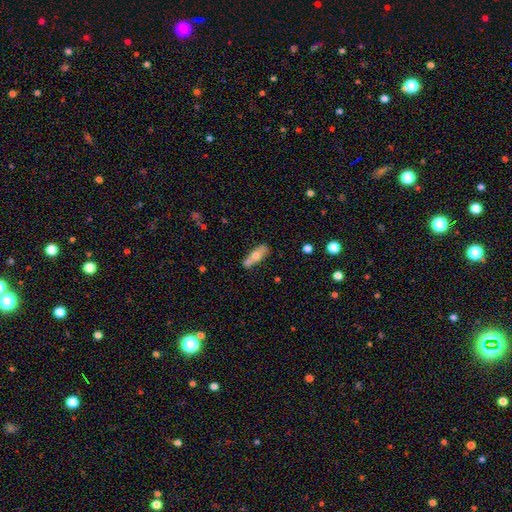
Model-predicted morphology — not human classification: Smooth or featured?
  - smooth: 58% *
  - featured or disk: 35%
  - star or artifact: 7%
How rounded?
  - in between: 54% *
  - cigar-shaped: 43%
  - round: 3%
Merging?
  - none: 58% *
  - merger: 20%
  - minor disturbance: 18%
  - major disturbance: 5%